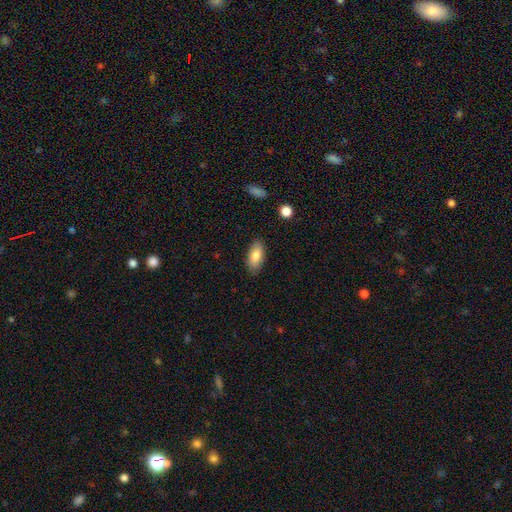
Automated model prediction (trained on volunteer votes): Smooth or featured?
  - smooth: 81% *
  - featured or disk: 13%
  - star or artifact: 6%
How rounded?
  - in between: 90% *
  - cigar-shaped: 8%
  - round: 3%
Merging?
  - none: 86% *
  - minor disturbance: 11%
  - major disturbance: 2%
  - merger: 1%